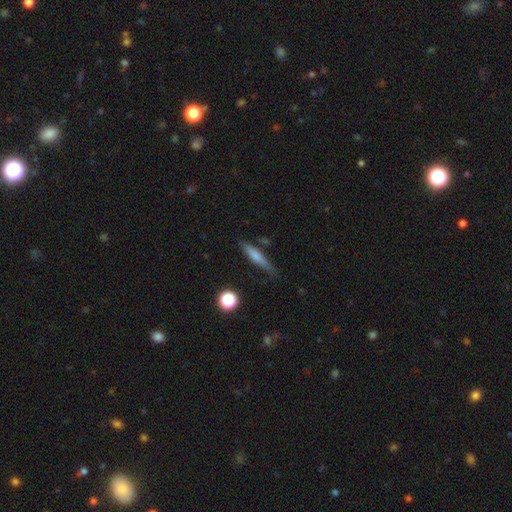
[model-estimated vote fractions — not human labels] Smooth or featured? smooth (63%)
How rounded? cigar-shaped (84%)
Merging? none (75%)